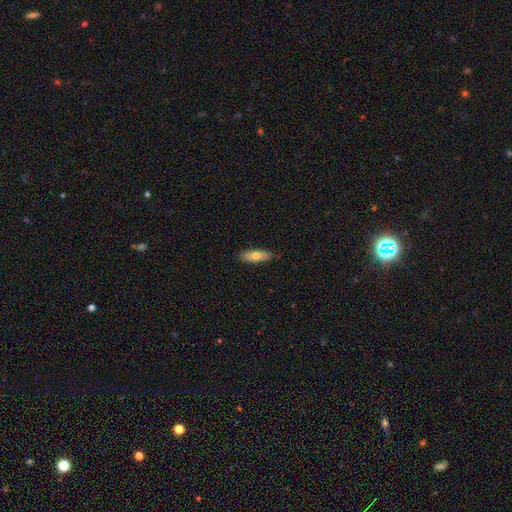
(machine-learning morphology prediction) This is likely a smooth galaxy (67%). How rounded: likely in between (63%). Merging: clearly none (87%).